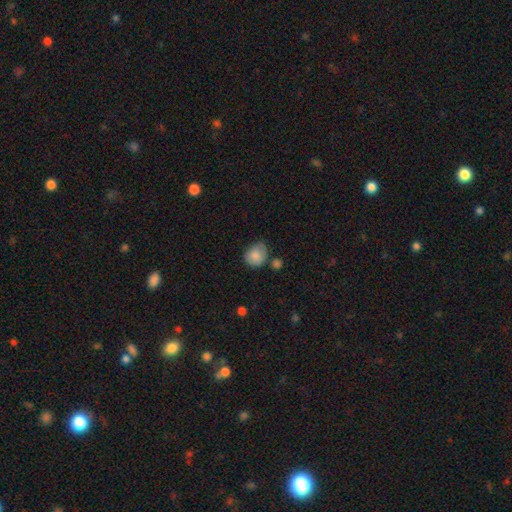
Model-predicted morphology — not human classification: Smooth or featured? smooth (83%)
How rounded? round (61%)
Merging? none (54%)